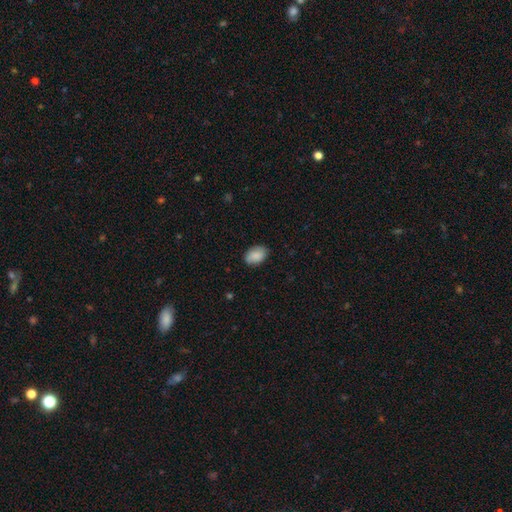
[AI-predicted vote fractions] Morphology: type=smooth (88%); roundness=in between (87%); merging=none (84%).